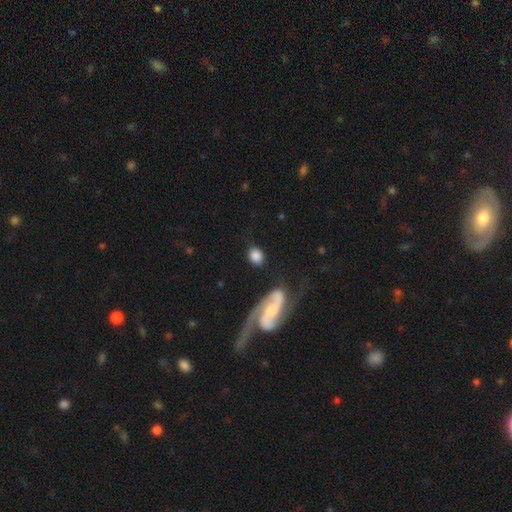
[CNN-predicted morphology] Smooth or featured? Predicted: smooth (p=0.74). How rounded? Predicted: in between (p=0.57). Merging? Predicted: none (p=0.70).